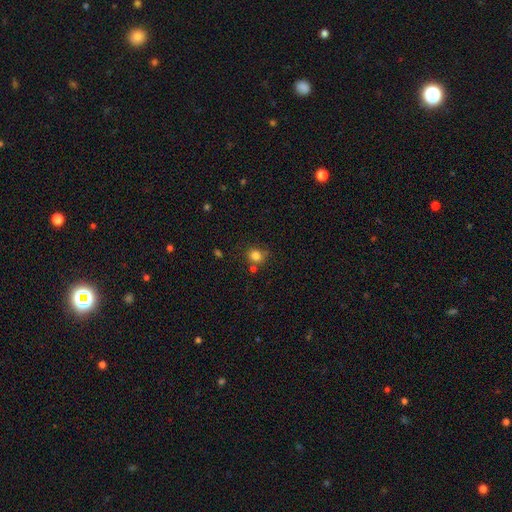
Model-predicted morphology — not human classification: smooth_or_featured: smooth (p=0.82) [alt: star or artifact p=0.13]
how_rounded: round (p=0.81) [alt: in between p=0.18]
merging: none (p=0.72) [alt: minor disturbance p=0.12]